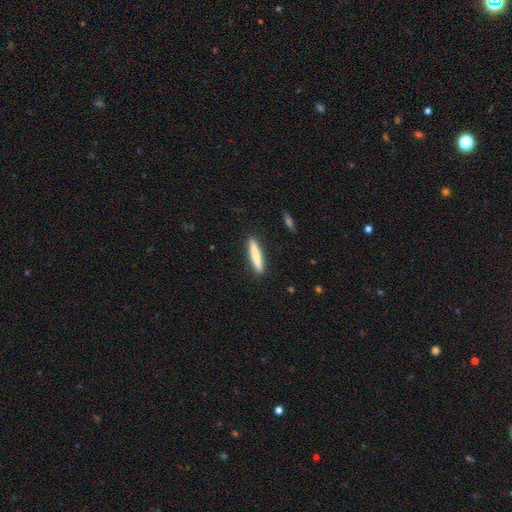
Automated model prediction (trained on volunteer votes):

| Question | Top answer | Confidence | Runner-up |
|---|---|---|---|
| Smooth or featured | smooth | 76% | featured or disk (18%) |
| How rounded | cigar-shaped | 93% | in between (6%) |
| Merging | none | 91% | minor disturbance (6%) |